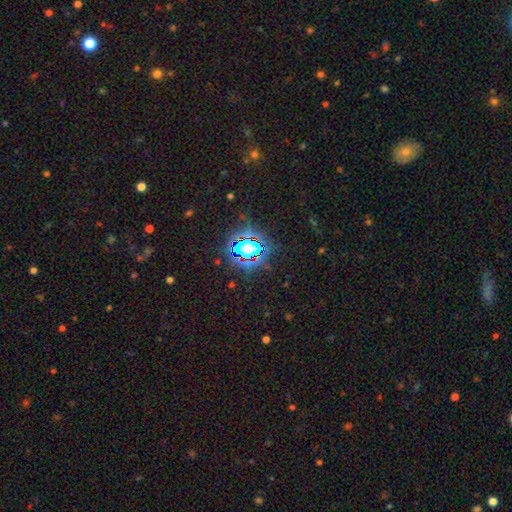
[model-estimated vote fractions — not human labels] Smooth or featured? star or artifact (76%)